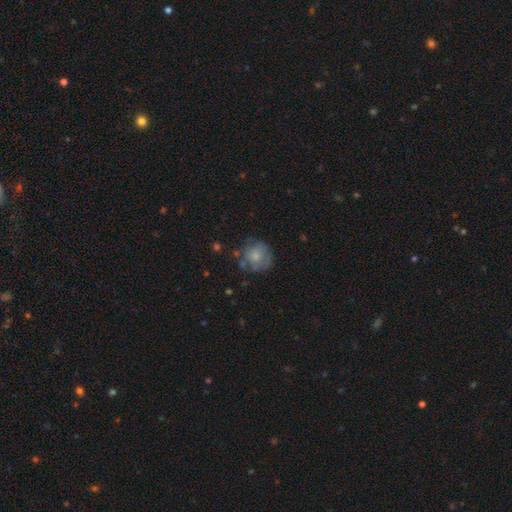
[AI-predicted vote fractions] smooth_or_featured: smooth (p=0.68) [alt: featured or disk p=0.23]
how_rounded: round (p=0.88) [alt: in between p=0.11]
merging: none (p=0.61) [alt: minor disturbance p=0.24]